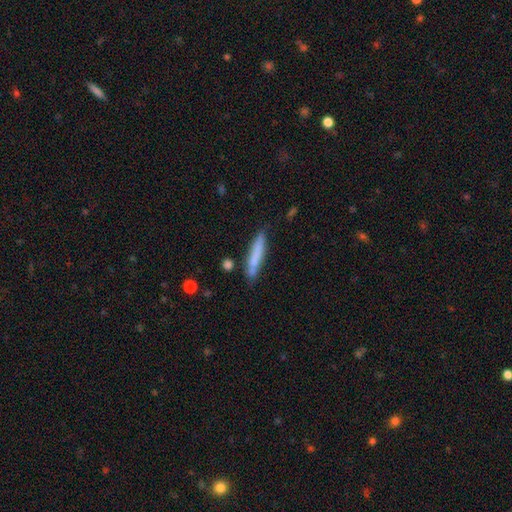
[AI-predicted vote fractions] The model was most divided on "smooth or featured": smooth: 74%, featured or disk: 19%, star or artifact: 7%. More confident: how rounded — cigar-shaped (92%); merging — none (79%).